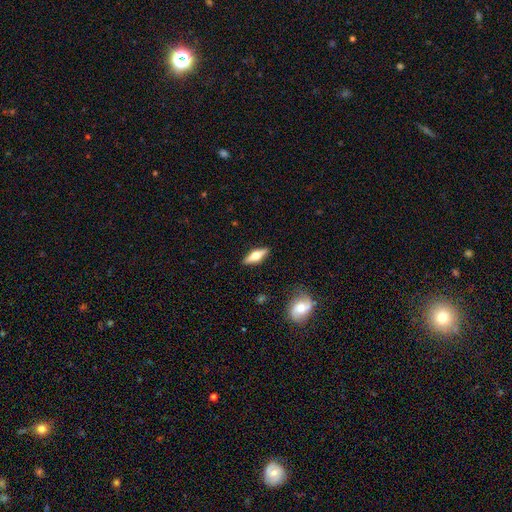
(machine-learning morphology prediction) Q: Smooth or featured?
A: featured or disk (54%); runner-up: smooth (40%)
Q: Edge-on disk?
A: yes (92%); runner-up: no (8%)
Q: Merging?
A: none (89%); runner-up: minor disturbance (8%)